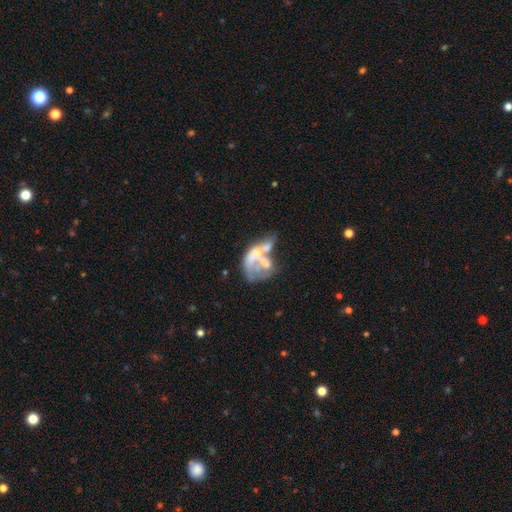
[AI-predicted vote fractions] featured or disk 60%, smooth 29%, star or artifact 12%. Down the decision tree: edge-on disk — no (98%); bar — no (89%); spiral arms — no (89%); bulge size — none (63%); merging — merger (44%).